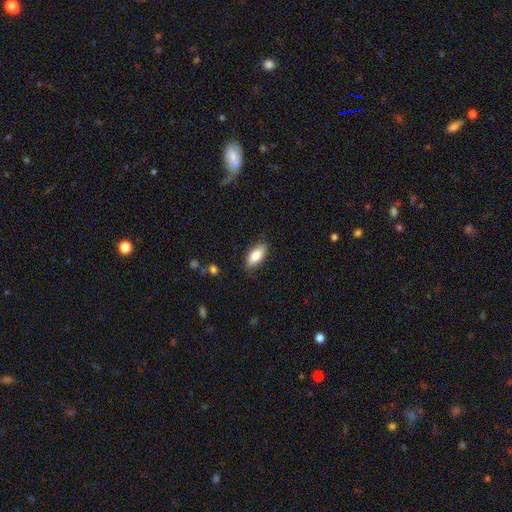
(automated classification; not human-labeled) Overall: smooth (82%). How rounded: in between (82%). Merging: none (86%).